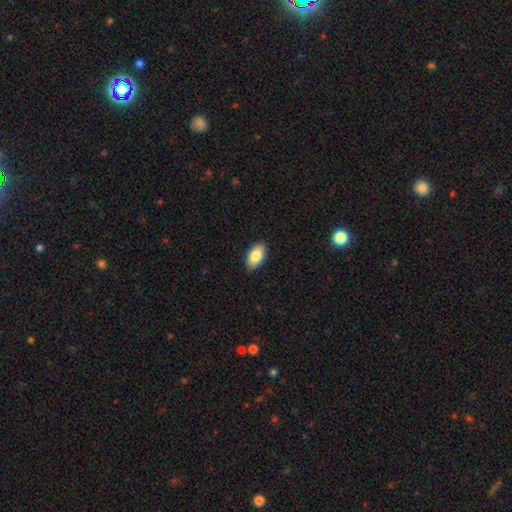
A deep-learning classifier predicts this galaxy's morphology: This is clearly a smooth galaxy (85%). How rounded: clearly in between (94%). Merging: clearly none (90%).